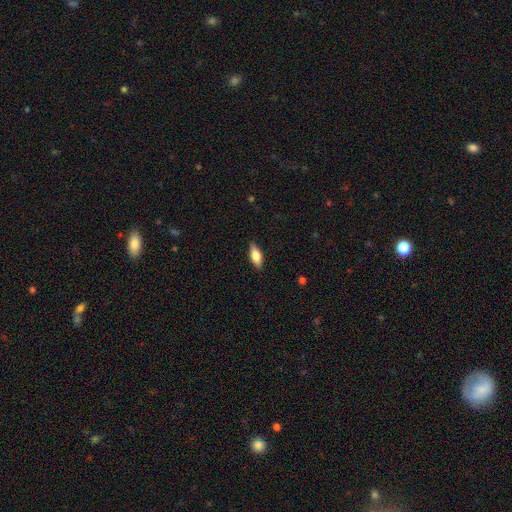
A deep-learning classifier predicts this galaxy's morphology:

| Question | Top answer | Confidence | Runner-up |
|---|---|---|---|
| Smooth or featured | smooth | 68% | featured or disk (25%) |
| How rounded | in between | 73% | cigar-shaped (24%) |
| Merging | none | 86% | minor disturbance (11%) |